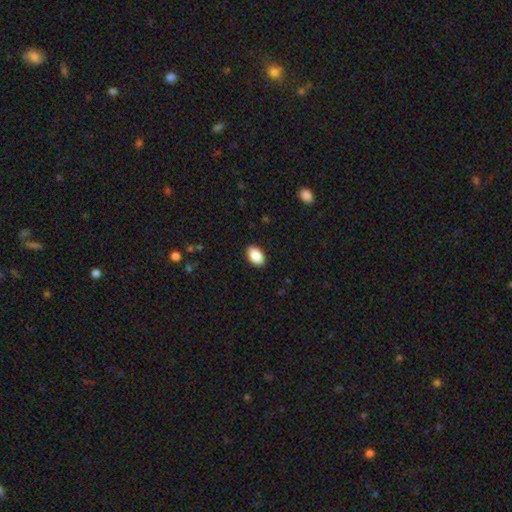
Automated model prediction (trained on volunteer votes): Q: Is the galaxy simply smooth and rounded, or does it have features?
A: smooth — 88%.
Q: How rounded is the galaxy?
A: in between — 93%.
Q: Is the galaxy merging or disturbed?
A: none — 90%.